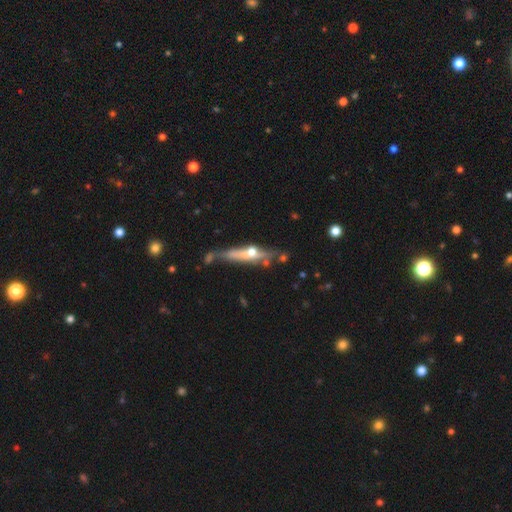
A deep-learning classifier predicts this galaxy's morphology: Overall: featured or disk (65%; smooth 28%). Edge-on disk: yes (85%). Edge-on bulge: rounded (87%). Merging: none (53%; minor disturbance 22%).